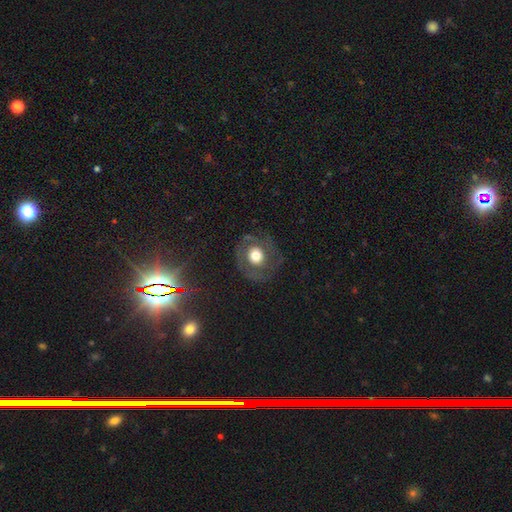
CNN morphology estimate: smooth_or_featured: featured or disk (p=0.45) [tied with: smooth p=0.45]
merging: none (p=0.71) [alt: minor disturbance p=0.15]